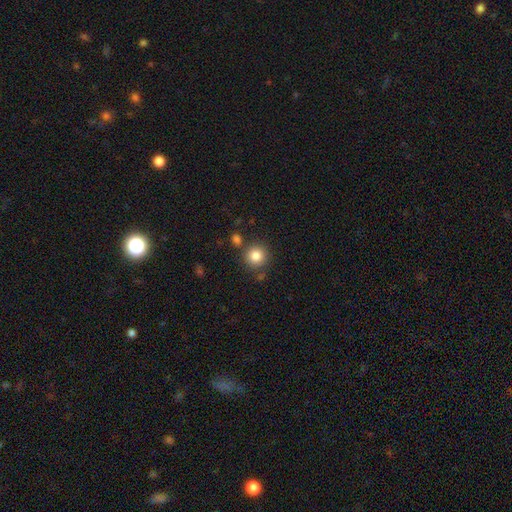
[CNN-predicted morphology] type=smooth (84%); roundness=round (93%); merging=none (81%).